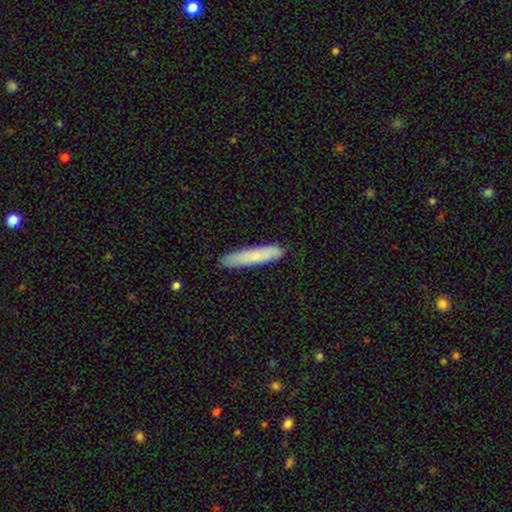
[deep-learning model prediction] Smooth or featured? smooth (81%)
How rounded? cigar-shaped (90%)
Merging? none (88%)